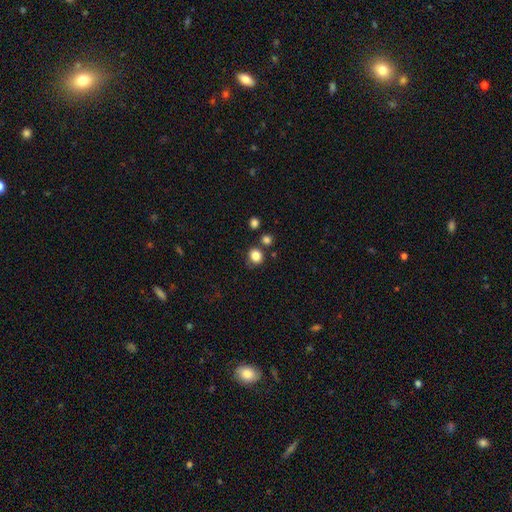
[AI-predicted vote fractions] A smooth galaxy with no disk features (84%) that is round (78%).

Vote fractions:
- Smooth or featured? smooth: 84% / star or artifact: 11% / featured or disk: 5%
- How rounded? round: 78% / in between: 21% / cigar-shaped: 1%
- Merging? none: 75% / minor disturbance: 13% / merger: 9% / major disturbance: 4%